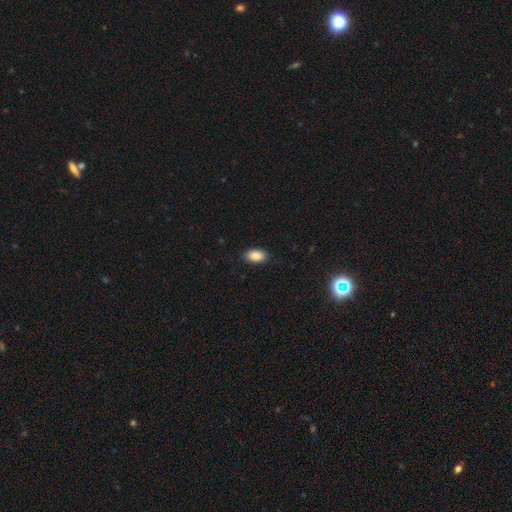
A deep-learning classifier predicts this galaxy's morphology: A smooth galaxy with no disk features (88%) that is in between round and cigar-shaped (93%).

Vote fractions:
- Smooth or featured? smooth: 88% / star or artifact: 7% / featured or disk: 5%
- How rounded? in between: 93% / round: 5% / cigar-shaped: 2%
- Merging? none: 86% / minor disturbance: 11% / major disturbance: 2% / merger: 1%